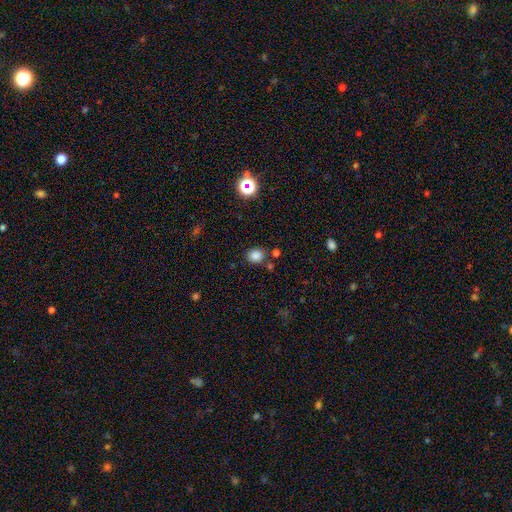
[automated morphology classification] A smooth galaxy with no disk features (82%) that is round (75%).

Vote fractions:
- Smooth or featured? smooth: 82% / star or artifact: 13% / featured or disk: 4%
- How rounded? round: 75% / in between: 25% / cigar-shaped: 1%
- Merging? none: 79% / minor disturbance: 10% / merger: 7% / major disturbance: 3%